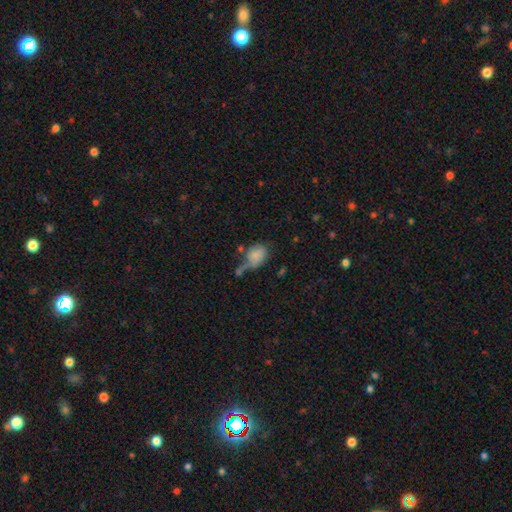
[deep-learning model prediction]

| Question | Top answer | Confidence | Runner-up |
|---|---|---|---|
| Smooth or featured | smooth | 76% | featured or disk (14%) |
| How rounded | in between | 71% | round (27%) |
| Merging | none | 31% | merger (24%) |